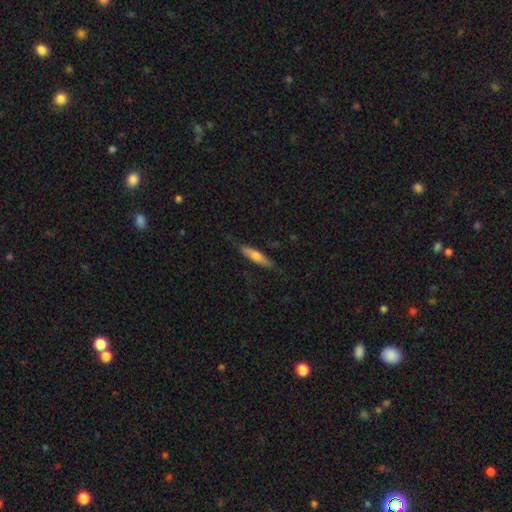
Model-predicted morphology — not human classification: A smooth galaxy with no disk features (57%) that is cigar-shaped (82%).

Vote fractions:
- Smooth or featured? smooth: 57% / featured or disk: 38% / star or artifact: 6%
- How rounded? cigar-shaped: 82% / in between: 16% / round: 2%
- Merging? none: 79% / minor disturbance: 16% / major disturbance: 3% / merger: 1%